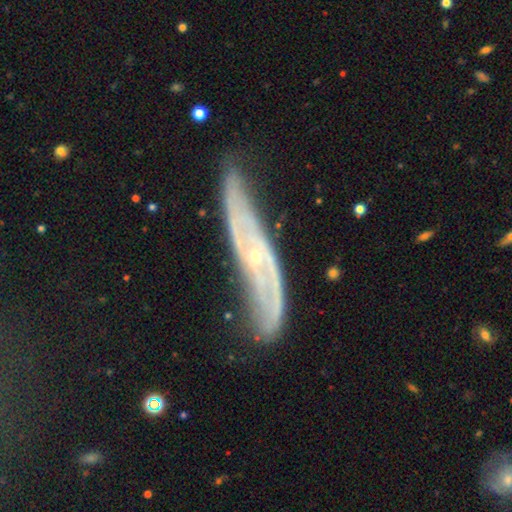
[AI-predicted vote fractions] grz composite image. It shows a featured or disk galaxy (83%) with no bar (59%), 2 (55%) tight (41%) spiral arms (93%) and a small central bulge (83%). Merging: none (68%).